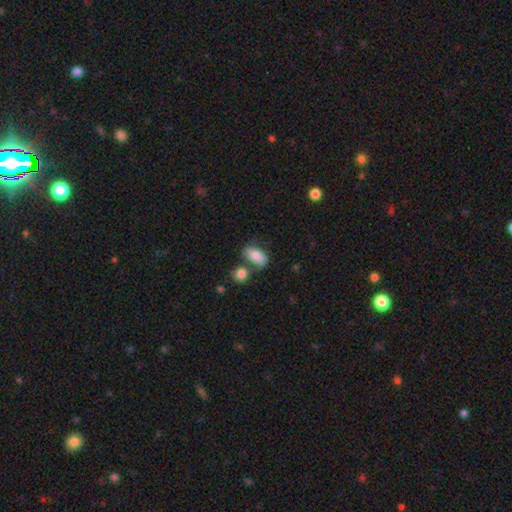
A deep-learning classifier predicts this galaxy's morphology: This appears to be a smooth galaxy with no disk features (74%) that is in between round and cigar-shaped (88%). Merging: none (48%).